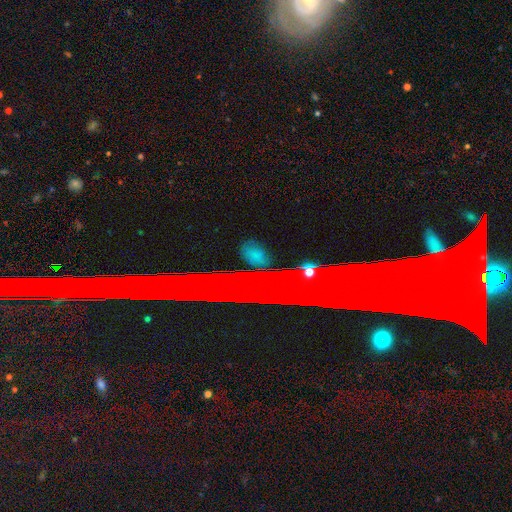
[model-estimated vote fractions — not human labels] Q: Smooth or featured?
A: star or artifact (49%); runner-up: smooth (30%)